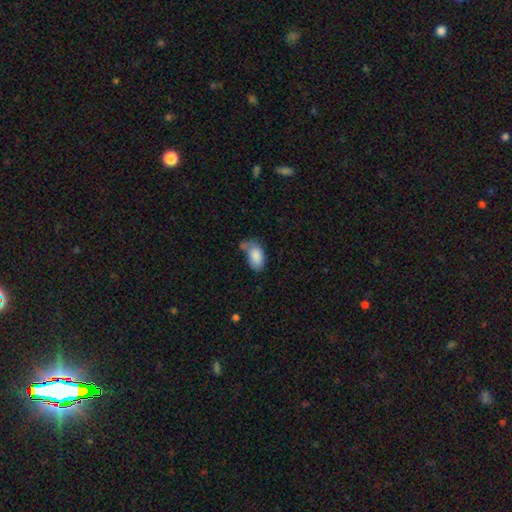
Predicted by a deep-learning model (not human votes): smooth-or-featured: smooth: 85% | featured or disk: 8% | star or artifact: 7%
  how-rounded: in between: 93% | round: 6% | cigar-shaped: 2%
  merging: none: 39% | minor disturbance: 31% | merger: 15% | major disturbance: 14%